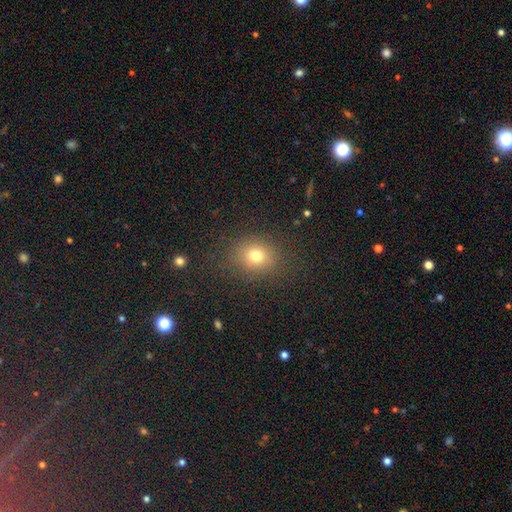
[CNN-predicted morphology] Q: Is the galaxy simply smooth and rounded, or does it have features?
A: smooth — 75%.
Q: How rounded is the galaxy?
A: round — 69%.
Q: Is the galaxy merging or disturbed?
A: none — 84%.